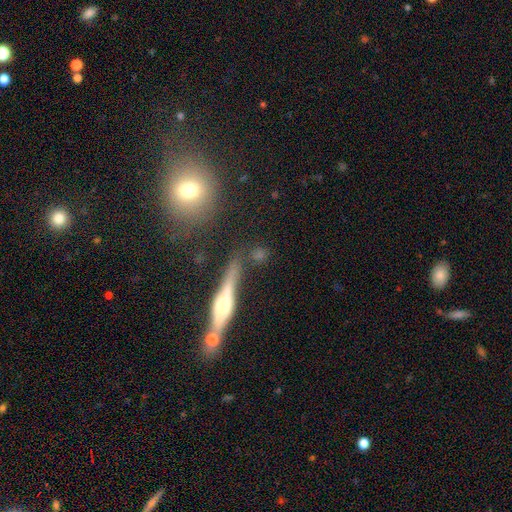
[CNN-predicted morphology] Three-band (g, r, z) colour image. It shows a featured or disk galaxy (49%). Merging: none (68%).